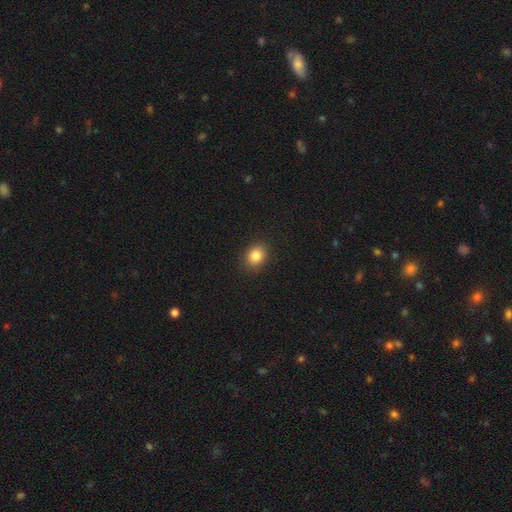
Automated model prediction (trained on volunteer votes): A smooth galaxy with no disk features (84%) that is round (56%).

Vote fractions:
- Smooth or featured? smooth: 84% / star or artifact: 10% / featured or disk: 5%
- How rounded? round: 56% / in between: 43% / cigar-shaped: 1%
- Merging? none: 89% / minor disturbance: 8% / major disturbance: 2% / merger: 1%